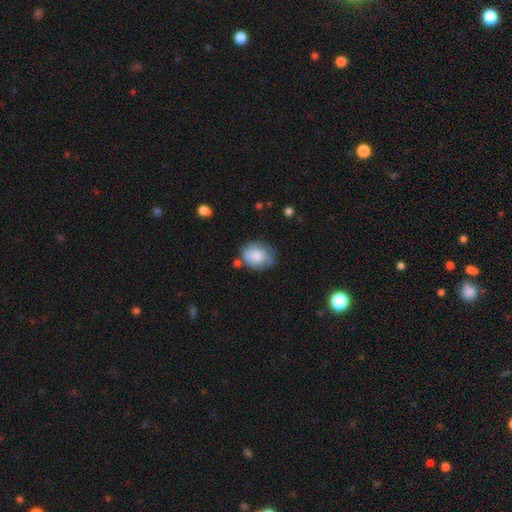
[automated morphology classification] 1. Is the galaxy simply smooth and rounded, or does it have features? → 59% smooth, 33% featured or disk, 8% star or artifact.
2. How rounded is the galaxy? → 50% round, 49% in between, 1% cigar-shaped.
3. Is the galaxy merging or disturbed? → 57% none, 28% minor disturbance, 10% major disturbance, 5% merger.